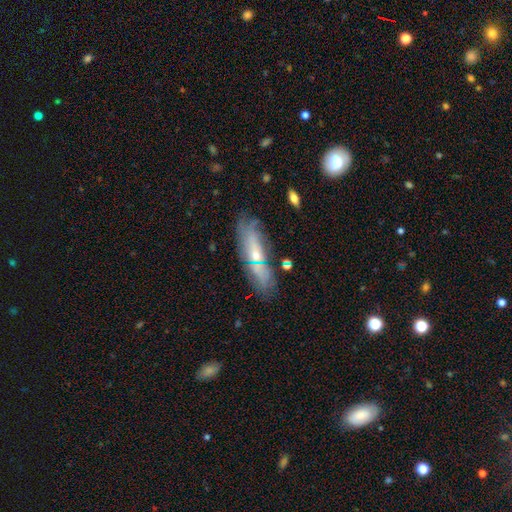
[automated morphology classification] The model was most divided on "edge-on disk": no: 56%, yes: 44%. More confident: merging — none (71%); smooth or featured — featured or disk (53%).